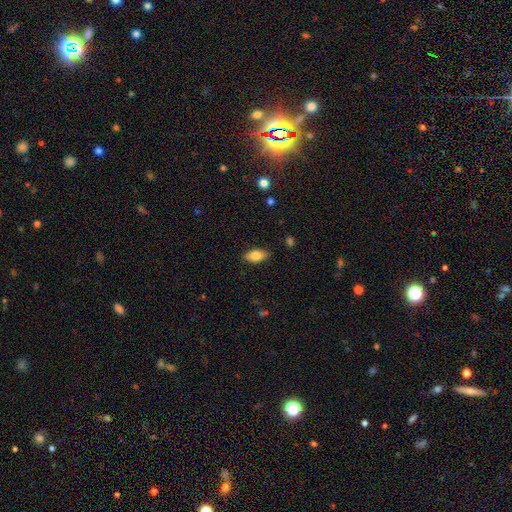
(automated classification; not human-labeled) smooth_or_featured: smooth (p=0.82) [alt: featured or disk p=0.11]
how_rounded: in between (p=0.90) [alt: cigar-shaped p=0.07]
merging: none (p=0.86) [alt: minor disturbance p=0.11]